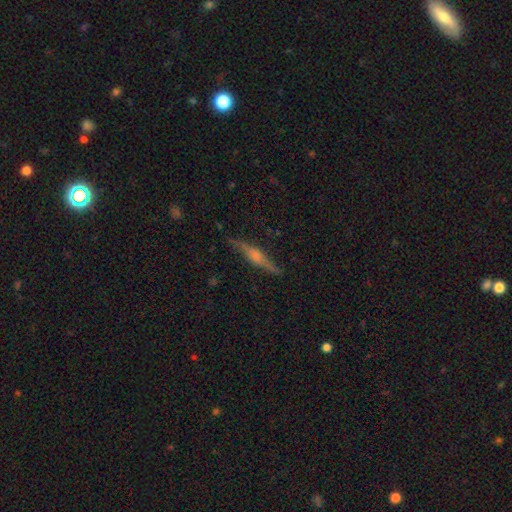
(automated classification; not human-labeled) Q: Smooth or featured?
A: featured or disk (75%); runner-up: smooth (18%)
Q: Edge-on disk?
A: yes (97%); runner-up: no (3%)
Q: Edge-on bulge?
A: rounded (74%); runner-up: boxy (20%)
Q: Merging?
A: none (87%); runner-up: minor disturbance (10%)